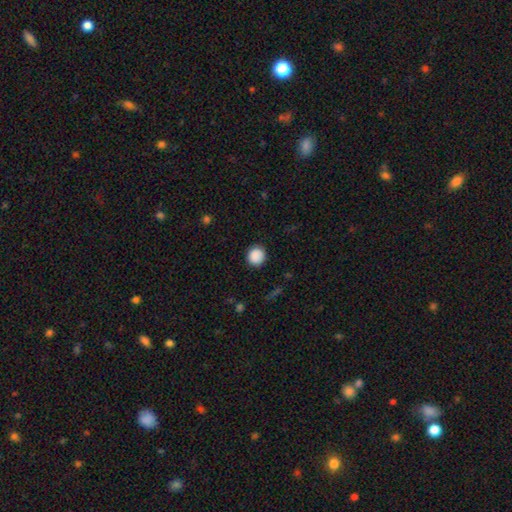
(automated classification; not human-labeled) The model was most divided on "smooth or featured": smooth: 89%, star or artifact: 8%, featured or disk: 3%. More confident: how rounded — round (92%); merging — none (89%).